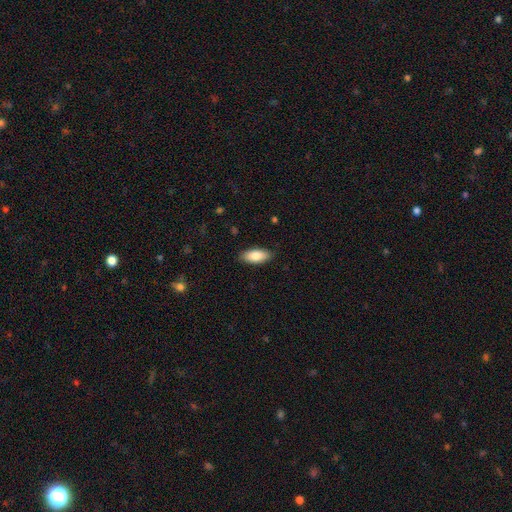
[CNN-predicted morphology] A smooth galaxy with no disk features (84%) that is in between round and cigar-shaped (87%).

Vote fractions:
- Smooth or featured? smooth: 84% / featured or disk: 10% / star or artifact: 6%
- How rounded? in between: 87% / cigar-shaped: 11% / round: 2%
- Merging? none: 87% / minor disturbance: 10% / major disturbance: 2% / merger: 1%